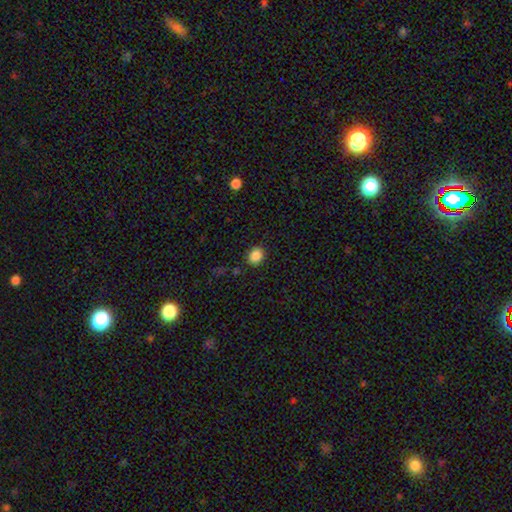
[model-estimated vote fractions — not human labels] smooth_or_featured: smooth (p=0.87) [alt: star or artifact p=0.10]
how_rounded: round (p=0.63) [alt: in between p=0.36]
merging: none (p=0.88) [alt: minor disturbance p=0.08]